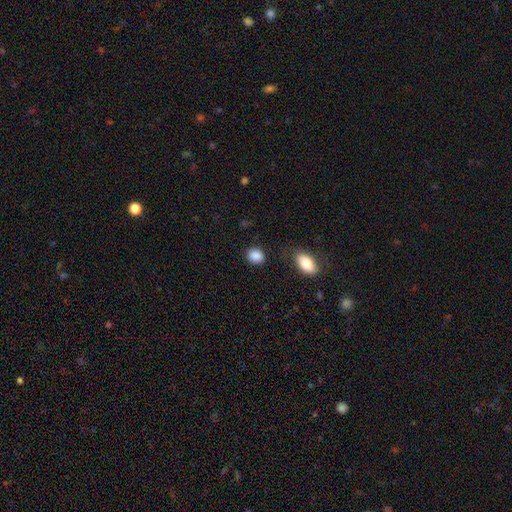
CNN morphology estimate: A smooth galaxy with no disk features (88%) that is round (61%).

Vote fractions:
- Smooth or featured? smooth: 88% / star or artifact: 8% / featured or disk: 4%
- How rounded? round: 61% / in between: 38% / cigar-shaped: 1%
- Merging? none: 83% / minor disturbance: 10% / merger: 4% / major disturbance: 3%